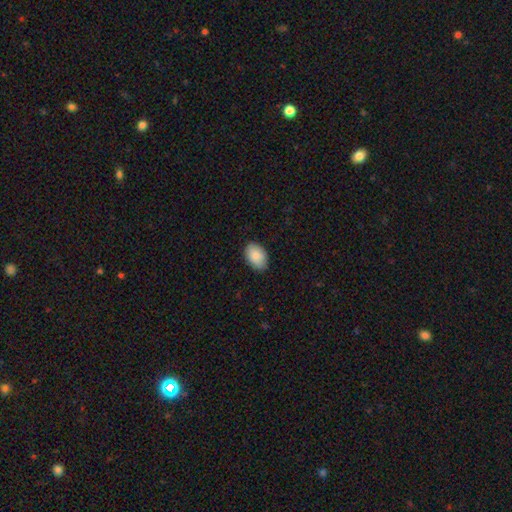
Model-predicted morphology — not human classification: Smooth or featured? smooth (88%)
How rounded? in between (88%)
Merging? none (84%)